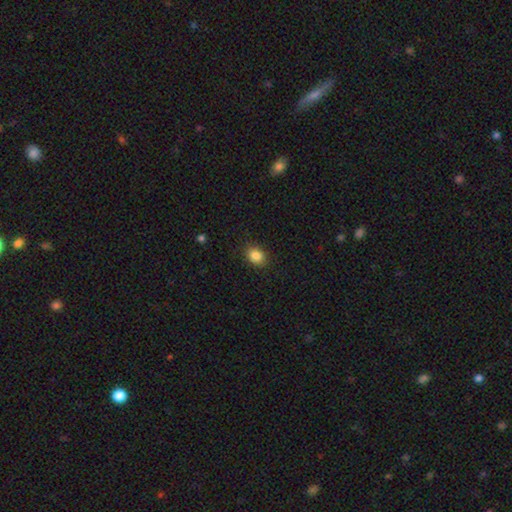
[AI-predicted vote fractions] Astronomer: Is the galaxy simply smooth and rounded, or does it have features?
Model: smooth — 86%.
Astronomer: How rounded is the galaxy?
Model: in between — 55% (runner-up: round, 44%).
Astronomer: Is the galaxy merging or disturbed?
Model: none — 87%.